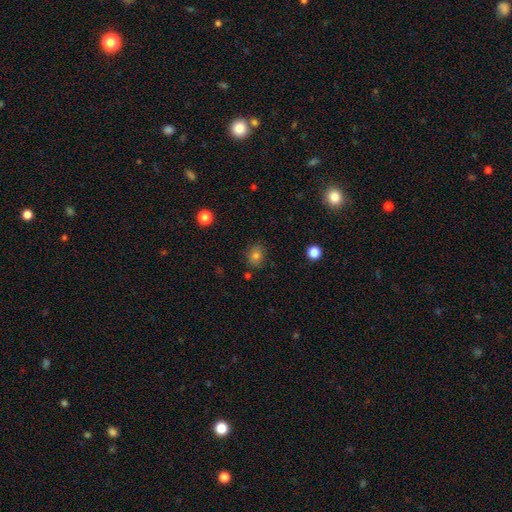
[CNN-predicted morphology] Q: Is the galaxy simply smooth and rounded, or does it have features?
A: smooth — 79%.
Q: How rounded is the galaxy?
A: round — 80%.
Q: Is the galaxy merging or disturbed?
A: none — 83%.